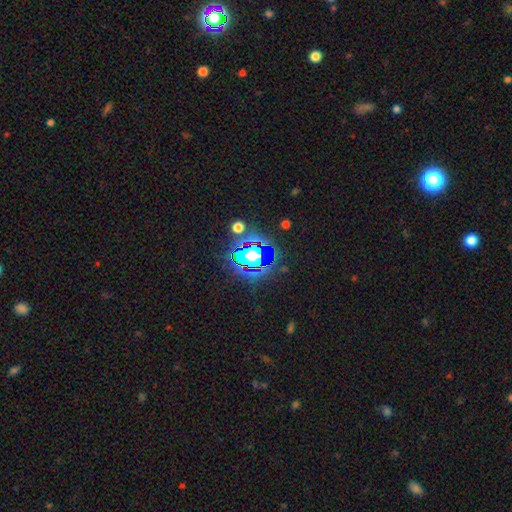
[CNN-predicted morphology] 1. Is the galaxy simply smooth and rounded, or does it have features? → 80% star or artifact, 12% smooth, 8% featured or disk.